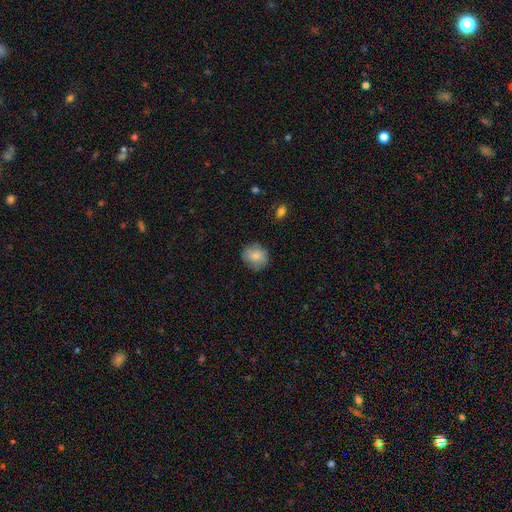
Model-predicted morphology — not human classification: Smooth or featured? Predicted: smooth (p=0.80). How rounded? Predicted: round (p=0.83). Merging? Predicted: none (p=0.81).